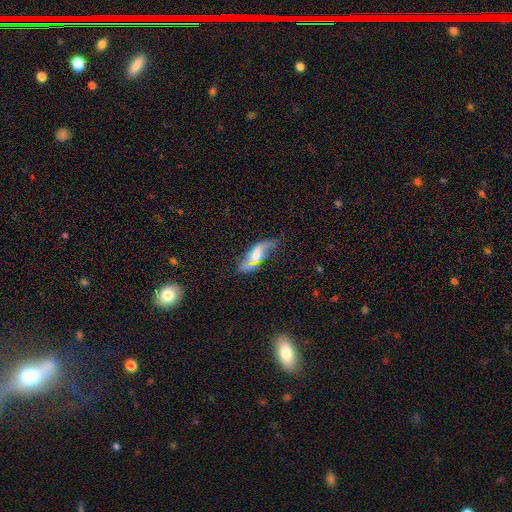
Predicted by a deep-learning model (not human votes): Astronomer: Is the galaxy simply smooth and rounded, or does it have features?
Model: smooth — 49% (runner-up: featured or disk, 40%).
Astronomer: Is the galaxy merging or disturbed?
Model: none — 49% (runner-up: minor disturbance, 29%).